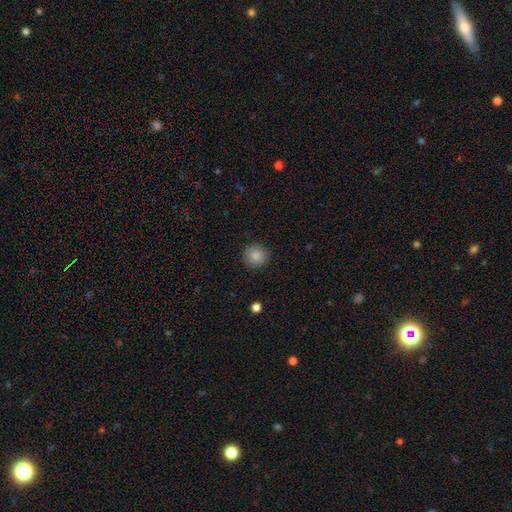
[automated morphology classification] Smooth or featured: smooth — 87% (star or artifact — 8%)
How rounded: round — 94% (in between — 5%)
Merging: none — 91% (minor disturbance — 6%)